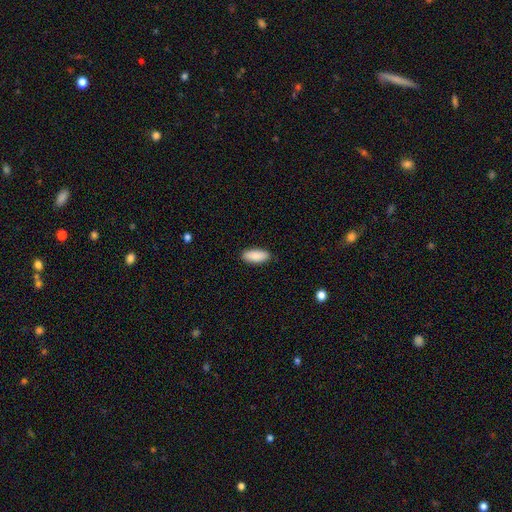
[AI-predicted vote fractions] smooth 89%, star or artifact 6%, featured or disk 5%. Down the decision tree: how rounded — in between (85%); merging — none (89%).